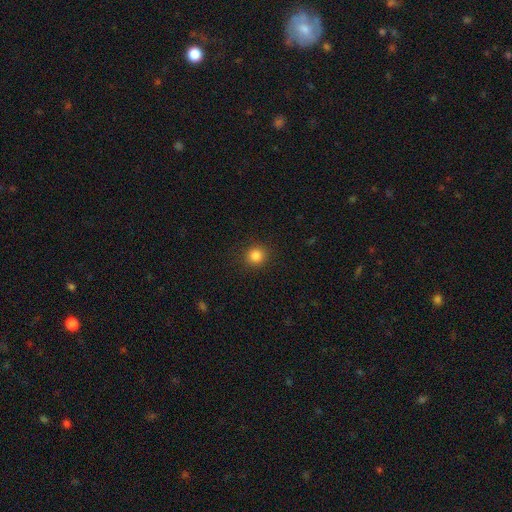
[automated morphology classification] The model was most divided on "smooth or featured": smooth: 83%, star or artifact: 12%, featured or disk: 5%. More confident: merging — none (91%); how rounded — round (91%).